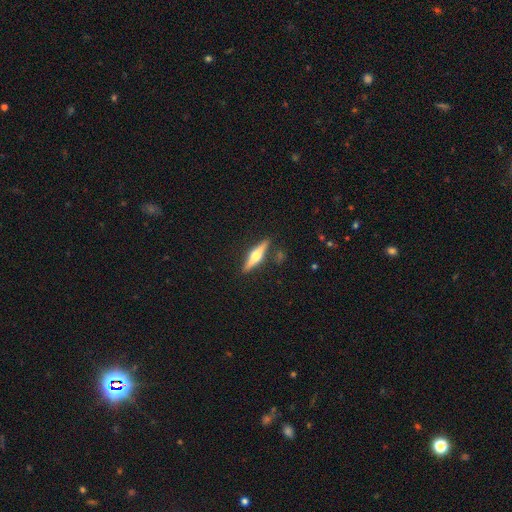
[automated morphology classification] A featured or disk galaxy (64%) viewed edge-on (97%) with a rounded central bulge (94%).

Vote fractions:
- Smooth or featured? featured or disk: 64% / smooth: 31% / star or artifact: 5%
- Edge-on disk? yes: 97% / no: 3%
- Edge-on bulge? rounded: 94% / boxy: 4% / none: 2%
- Merging? none: 87% / minor disturbance: 8% / merger: 3% / major disturbance: 2%